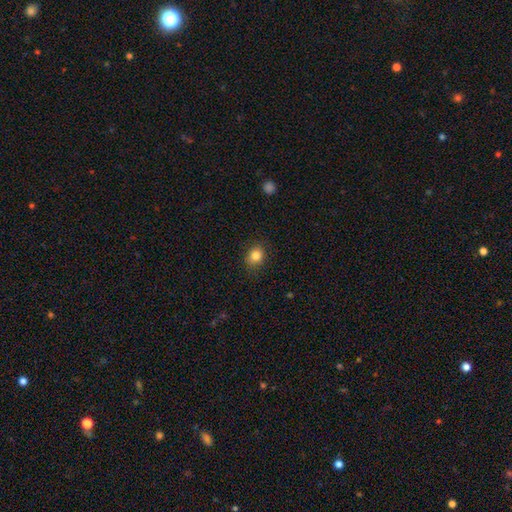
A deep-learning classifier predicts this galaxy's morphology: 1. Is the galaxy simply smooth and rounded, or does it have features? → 83% smooth, 11% star or artifact, 6% featured or disk.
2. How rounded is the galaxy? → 62% round, 37% in between, 1% cigar-shaped.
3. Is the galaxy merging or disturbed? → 85% none, 12% minor disturbance, 3% major disturbance, 1% merger.